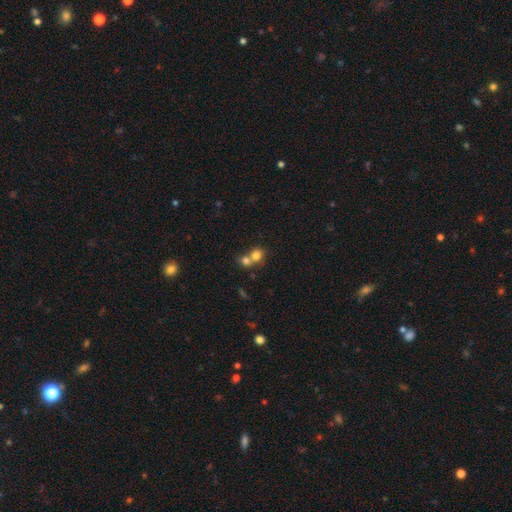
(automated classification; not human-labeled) smooth 77%, featured or disk 12%, star or artifact 11%. Down the decision tree: how rounded — round (74%); merging — merger (61%).